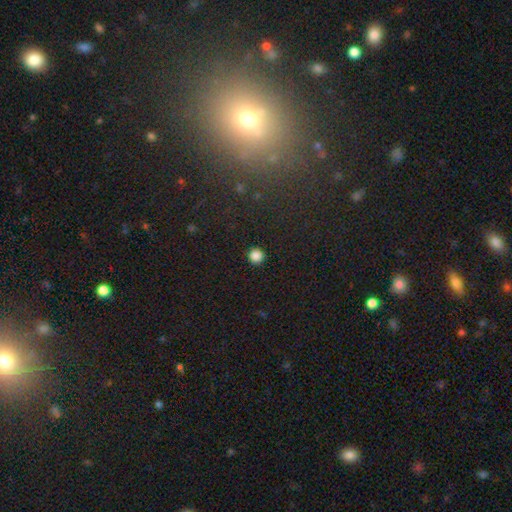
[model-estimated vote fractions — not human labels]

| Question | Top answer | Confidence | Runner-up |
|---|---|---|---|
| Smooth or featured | smooth | 85% | star or artifact (12%) |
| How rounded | round | 95% | in between (4%) |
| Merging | none | 92% | minor disturbance (5%) |